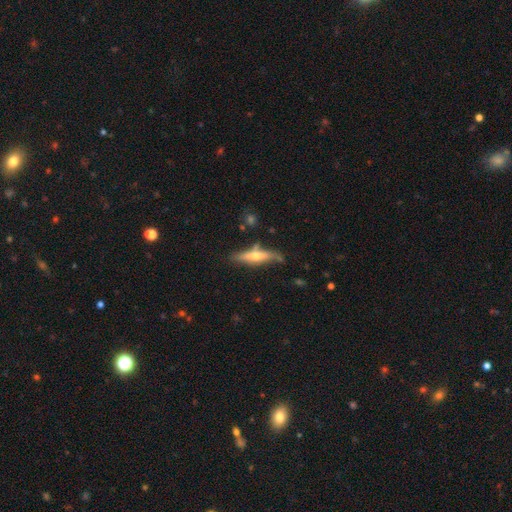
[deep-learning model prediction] A featured or disk galaxy (57%) viewed edge-on (90%) with a rounded central bulge (86%). Merging: none (71%).